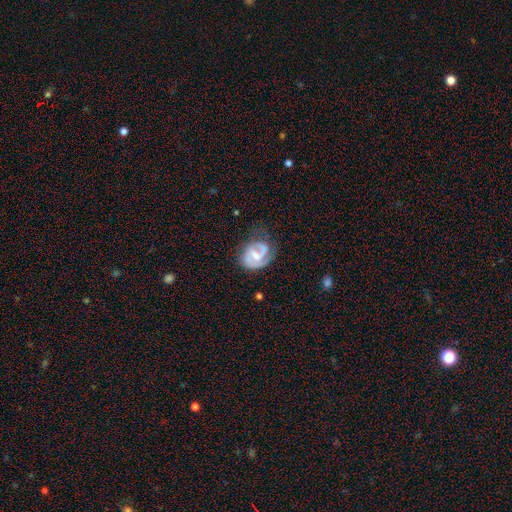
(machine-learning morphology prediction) Smooth or featured? featured or disk (80%)
Edge-on disk? no (98%)
Bar? weak (52%)
Spiral arms? yes (93%)
Spiral winding? medium (44%)
Spiral arm count? 2 (62%)
Bulge size? small (44%)
Merging? none (56%)